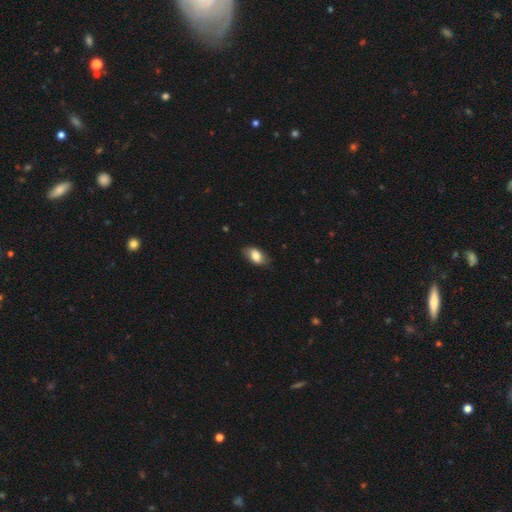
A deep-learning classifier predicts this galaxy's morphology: The model was most divided on "merging": none: 79%, minor disturbance: 17%, major disturbance: 3%, merger: 1%. More confident: how rounded — in between (92%); smooth or featured — smooth (80%).